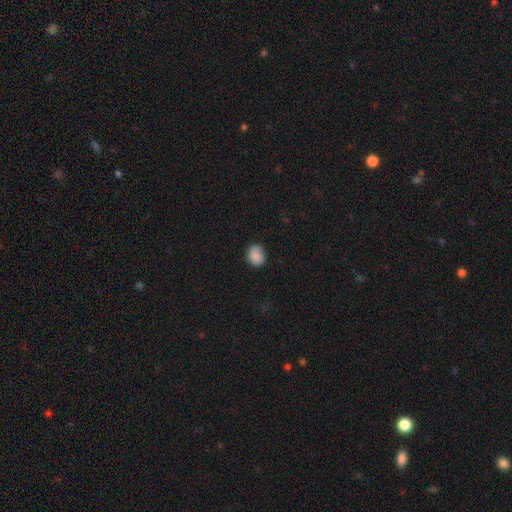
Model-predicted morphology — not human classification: A smooth galaxy with no disk features (87%) that is round (68%). Merging: none (80%).